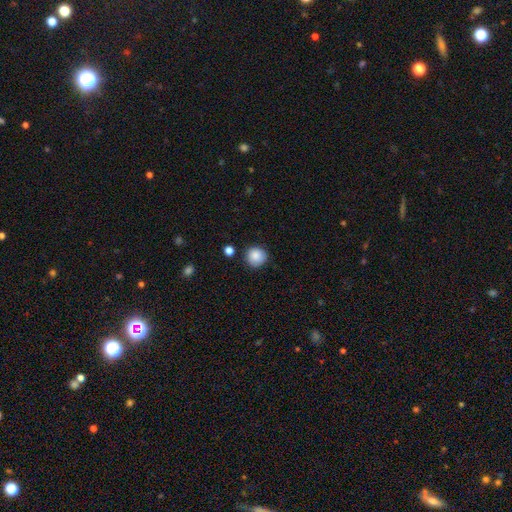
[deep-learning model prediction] This is clearly a smooth galaxy (86%). How rounded: clearly round (93%). Merging: clearly none (85%).